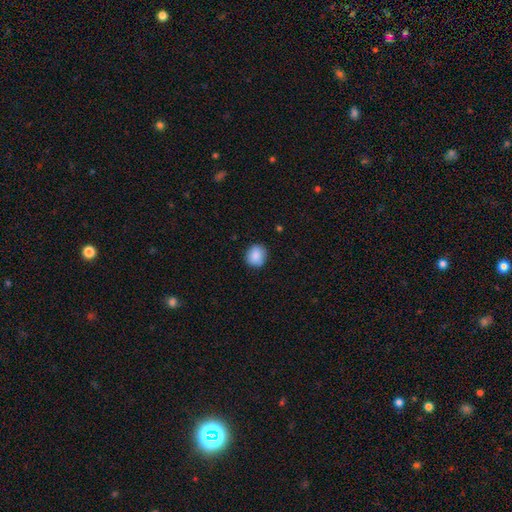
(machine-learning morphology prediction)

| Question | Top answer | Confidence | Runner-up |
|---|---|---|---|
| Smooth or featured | smooth | 87% | star or artifact (8%) |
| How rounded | round | 77% | in between (22%) |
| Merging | none | 85% | minor disturbance (11%) |